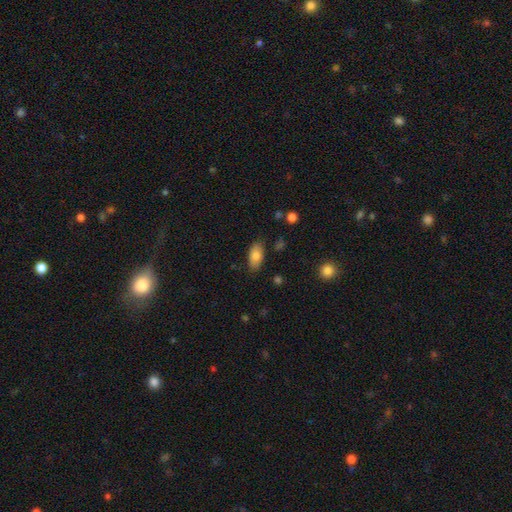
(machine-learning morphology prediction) type=smooth (79%); roundness=in between (92%); merging=none (83%).